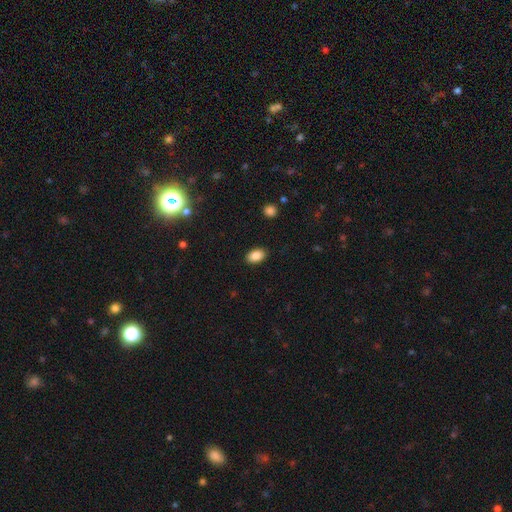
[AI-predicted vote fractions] This appears to be a smooth galaxy with no disk features (86%) that is in between round and cigar-shaped (88%). Merging: none (89%).